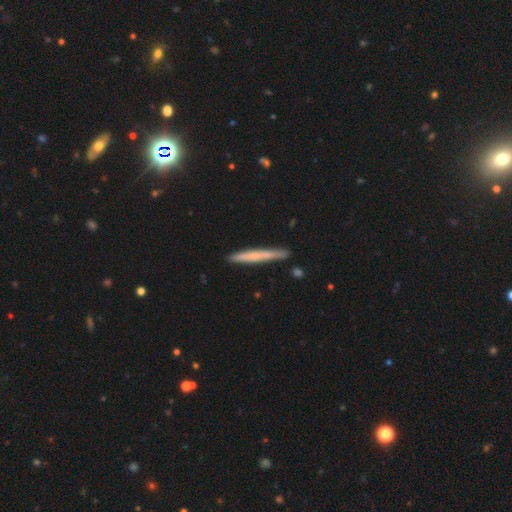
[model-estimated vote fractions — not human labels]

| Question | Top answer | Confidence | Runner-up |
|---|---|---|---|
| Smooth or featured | smooth | 59% | featured or disk (35%) |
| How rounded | cigar-shaped | 97% | in between (2%) |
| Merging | none | 86% | minor disturbance (10%) |